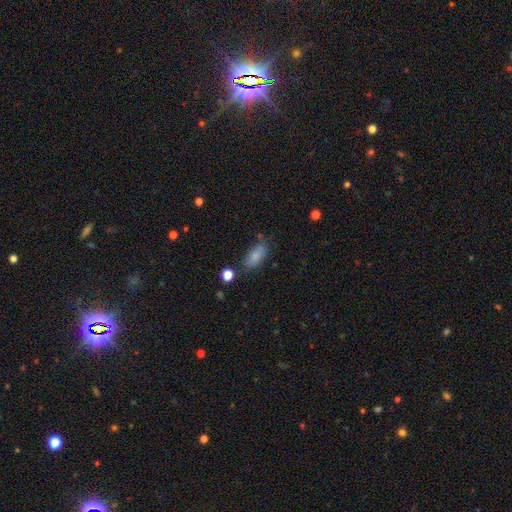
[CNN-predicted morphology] Smooth or featured?
  - smooth: 83% *
  - star or artifact: 9%
  - featured or disk: 8%
How rounded?
  - in between: 81% *
  - cigar-shaped: 16%
  - round: 3%
Merging?
  - none: 68% *
  - minor disturbance: 21%
  - major disturbance: 6%
  - merger: 5%